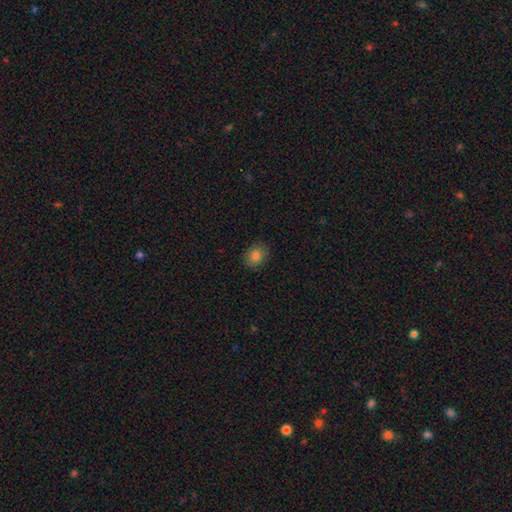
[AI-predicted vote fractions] Smooth or featured: smooth — 84% (star or artifact — 10%)
How rounded: in between — 50% (round — 49%)
Merging: none — 86% (minor disturbance — 10%)